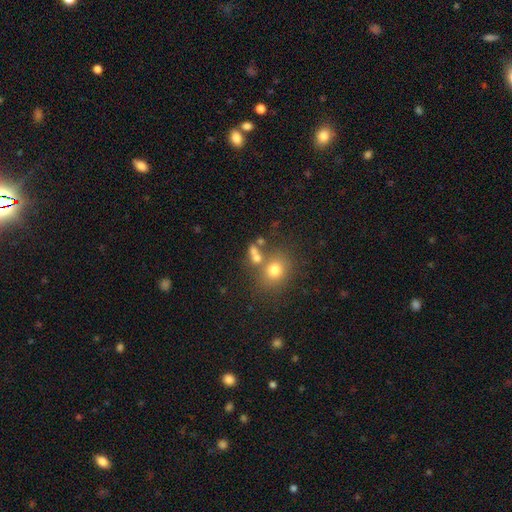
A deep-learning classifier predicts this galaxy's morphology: smooth_or_featured: smooth (p=0.69) [alt: star or artifact p=0.16]
how_rounded: round (p=0.55) [alt: in between p=0.42]
merging: none (p=0.46) [alt: merger p=0.36]